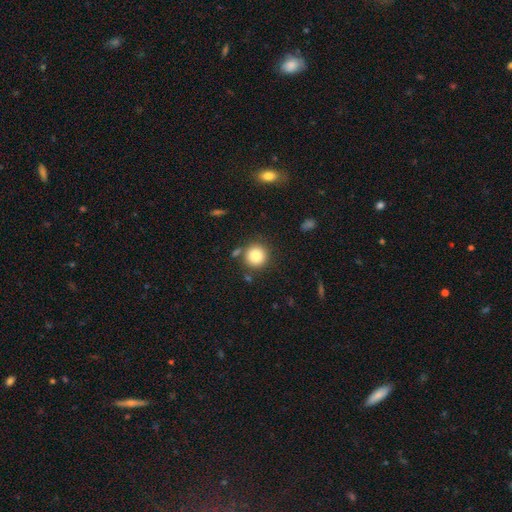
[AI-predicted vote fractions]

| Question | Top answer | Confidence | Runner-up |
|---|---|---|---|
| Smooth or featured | smooth | 83% | star or artifact (10%) |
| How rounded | round | 94% | in between (6%) |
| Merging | none | 82% | minor disturbance (9%) |